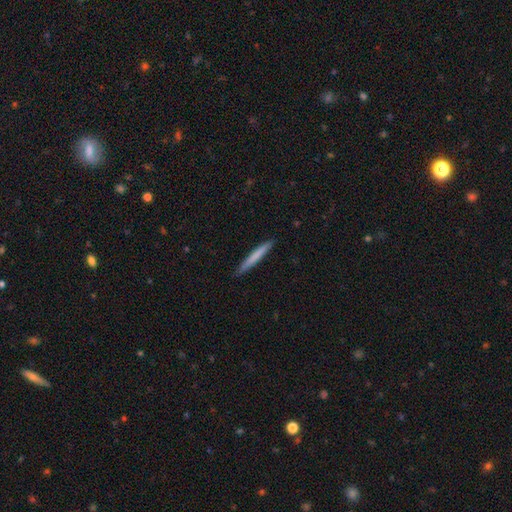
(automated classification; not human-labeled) Q: Smooth or featured?
A: smooth (70%); runner-up: featured or disk (25%)
Q: How rounded?
A: cigar-shaped (97%); runner-up: in between (2%)
Q: Merging?
A: none (91%); runner-up: minor disturbance (7%)